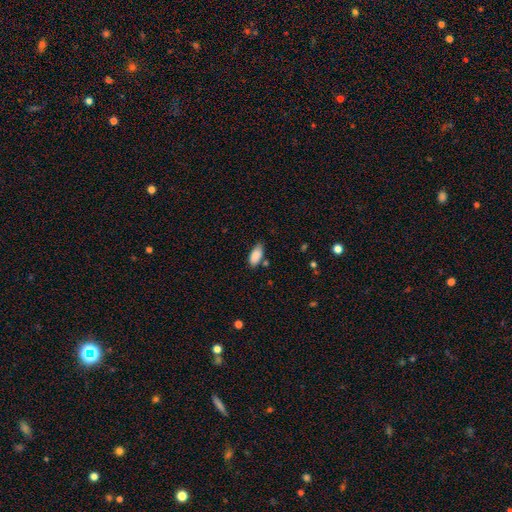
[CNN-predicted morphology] A smooth galaxy with no disk features (88%) that is in between round and cigar-shaped (90%). Merging: none (67%).